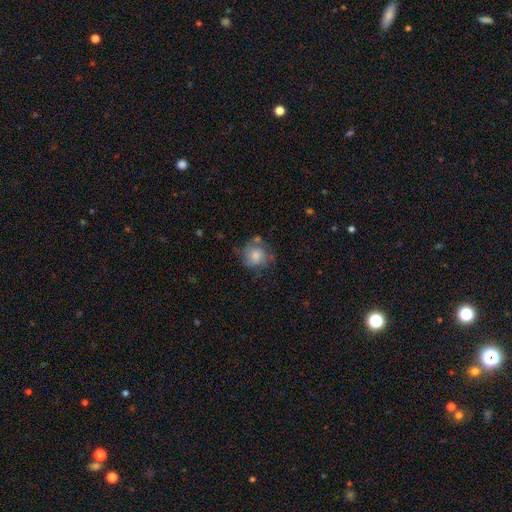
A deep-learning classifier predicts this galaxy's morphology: type=smooth (67%); roundness=round (81%); merging=none (56%).